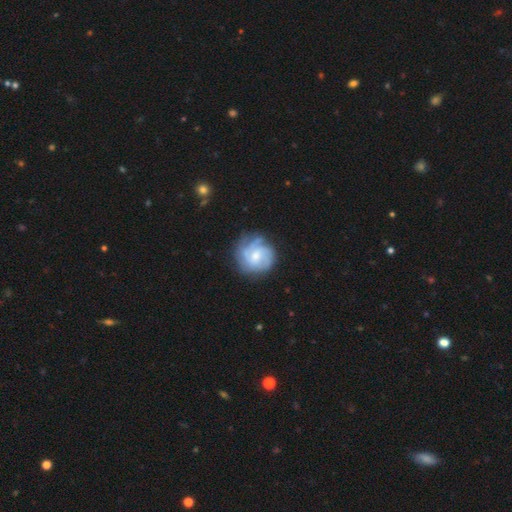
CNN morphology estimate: featured or disk 72%, smooth 22%, star or artifact 6%. Down the decision tree: edge-on disk — no (98%); bar — no (56%); spiral arms — yes (91%); spiral arm count — can't tell (33%); spiral winding — tight (54%); bulge size — small (48%); merging — none (68%).